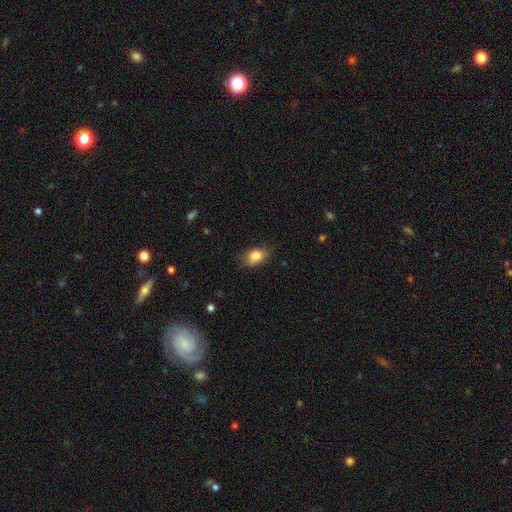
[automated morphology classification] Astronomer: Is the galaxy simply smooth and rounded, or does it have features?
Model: smooth — 81%.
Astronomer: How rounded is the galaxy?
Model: in between — 75%.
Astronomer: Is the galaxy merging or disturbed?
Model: none — 72%.